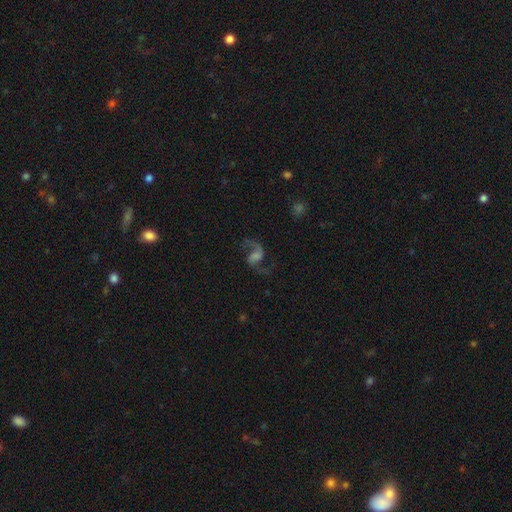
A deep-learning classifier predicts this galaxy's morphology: Overall: featured or disk (84%). Edge-on disk: no (98%). Bar: weak (47%; no 35%). Spiral arms: yes (96%). Spiral arm count: 2 (89%). Spiral winding: loose (65%; medium 31%). Bulge size: none (39%; moderate 22%). Merging: none (71%).